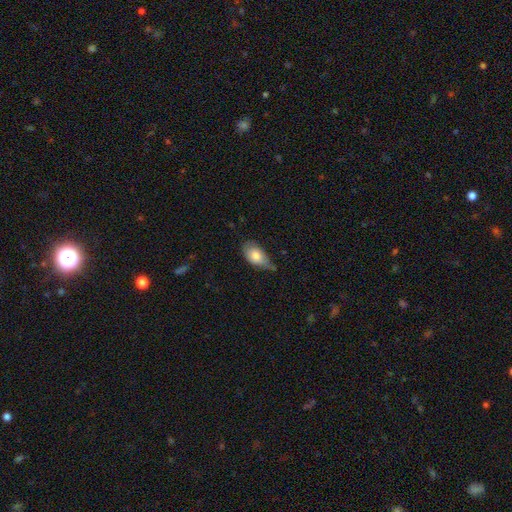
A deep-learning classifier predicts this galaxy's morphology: type=smooth (78%); roundness=in between (90%); merging=minor disturbance (46%).